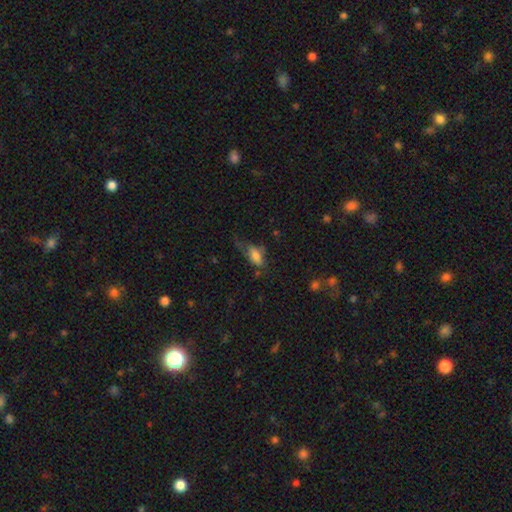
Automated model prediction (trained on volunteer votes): A smooth galaxy with no disk features (69%) that is in between round and cigar-shaped (83%).

Vote fractions:
- Smooth or featured? smooth: 69% / featured or disk: 20% / star or artifact: 10%
- How rounded? in between: 83% / cigar-shaped: 13% / round: 5%
- Merging? major disturbance: 34% / none: 32% / minor disturbance: 30% / merger: 4%